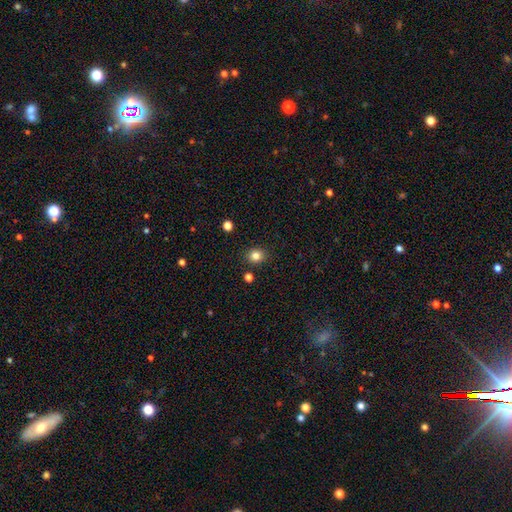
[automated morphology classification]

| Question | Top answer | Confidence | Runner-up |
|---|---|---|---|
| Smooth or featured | smooth | 82% | star or artifact (12%) |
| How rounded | round | 74% | in between (25%) |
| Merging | none | 88% | minor disturbance (7%) |